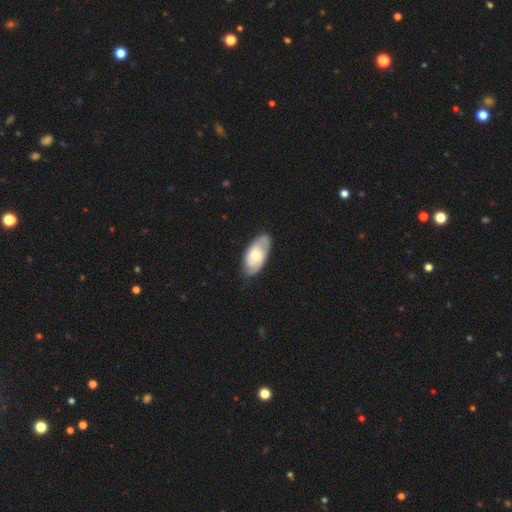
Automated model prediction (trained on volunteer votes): Q: Smooth or featured?
A: featured or disk (49%); runner-up: smooth (46%)
Q: Merging?
A: none (75%); runner-up: minor disturbance (20%)